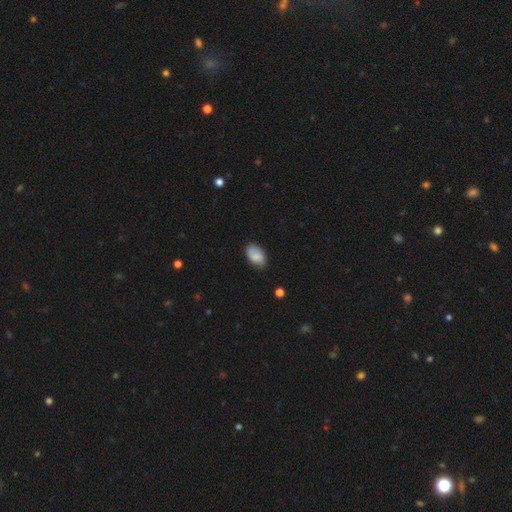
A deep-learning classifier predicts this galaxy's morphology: smooth-or-featured: smooth: 81% | featured or disk: 11% | star or artifact: 7%
  how-rounded: in between: 93% | round: 6% | cigar-shaped: 1%
  merging: none: 72% | minor disturbance: 22% | major disturbance: 4% | merger: 2%